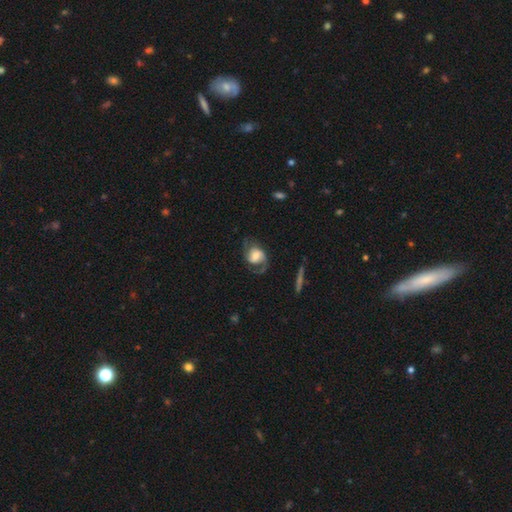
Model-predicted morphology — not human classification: Smooth or featured? Predicted: featured or disk (p=0.72). Edge-on disk? Predicted: no (p=0.97). Bar? Predicted: no (p=0.48). Spiral arms? Predicted: yes (p=0.92). Spiral winding? Predicted: medium (p=0.47). Spiral arm count? Predicted: 2 (p=0.80). Bulge size? Predicted: moderate (p=0.49). Merging? Predicted: none (p=0.62).